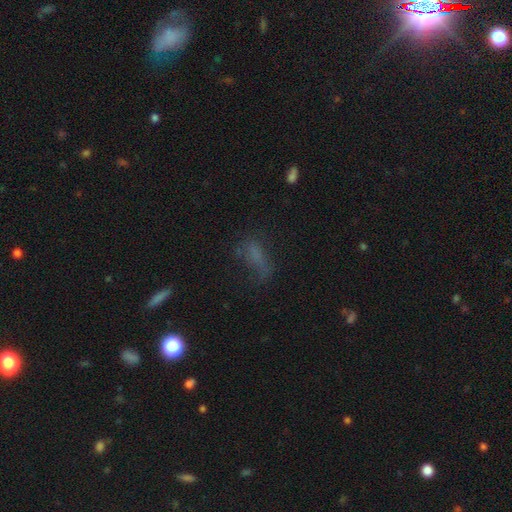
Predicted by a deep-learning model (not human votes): Smooth or featured: smooth — 57% (star or artifact — 22%)
How rounded: in between — 69% (cigar-shaped — 23%)
Merging: none — 44% (major disturbance — 29%)